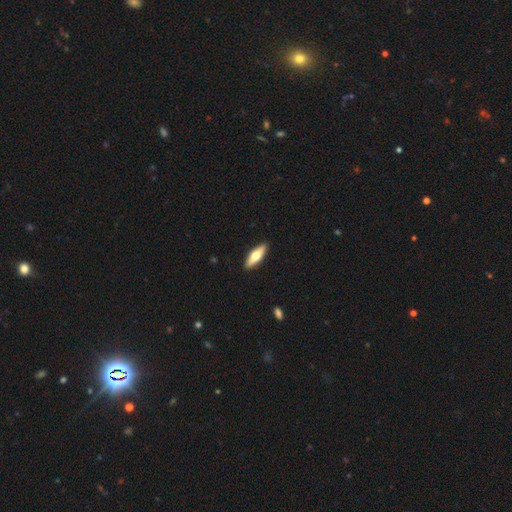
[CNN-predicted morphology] Smooth or featured? smooth (58%)
How rounded? in between (52%)
Merging? none (91%)